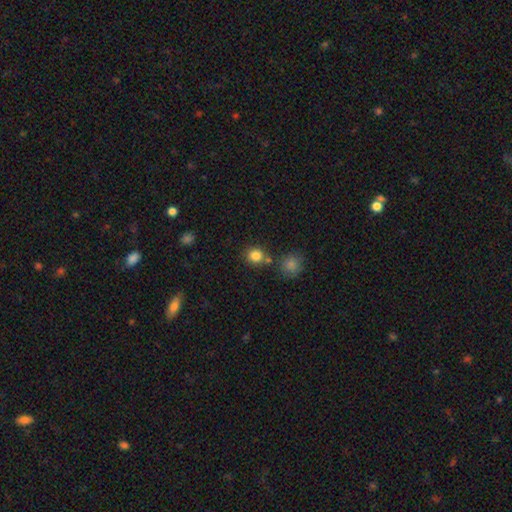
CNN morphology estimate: smooth_or_featured: smooth (p=0.83) [alt: star or artifact p=0.12]
how_rounded: round (p=0.84) [alt: in between p=0.15]
merging: none (p=0.73) [alt: merger p=0.15]